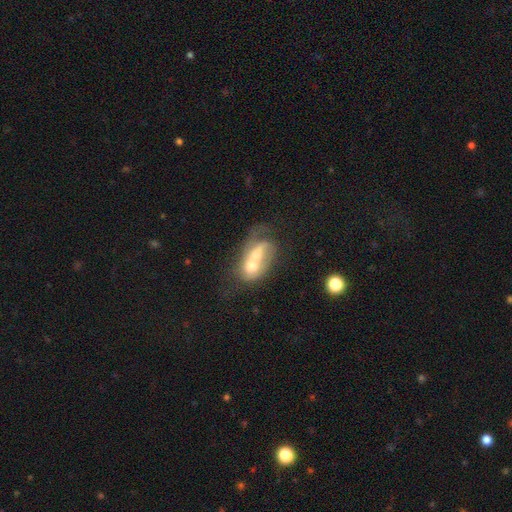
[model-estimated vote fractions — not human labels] smooth_or_featured: featured or disk (p=0.47) [alt: smooth p=0.46]
merging: merger (p=0.76) [alt: none p=0.09]